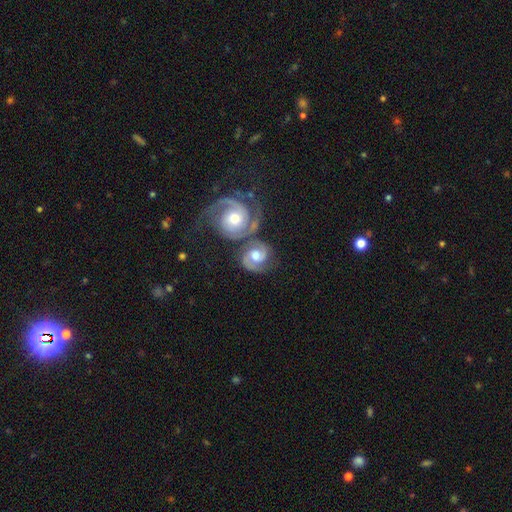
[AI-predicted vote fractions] Overall: featured or disk (85%). Edge-on disk: no (98%). Bar: no (55%; weak 35%). Spiral arms: yes (97%). Spiral arm count: 2 (91%). Spiral winding: medium (48%; tight 43%). Bulge size: moderate (71%). Merging: none (47%; merger 35%).